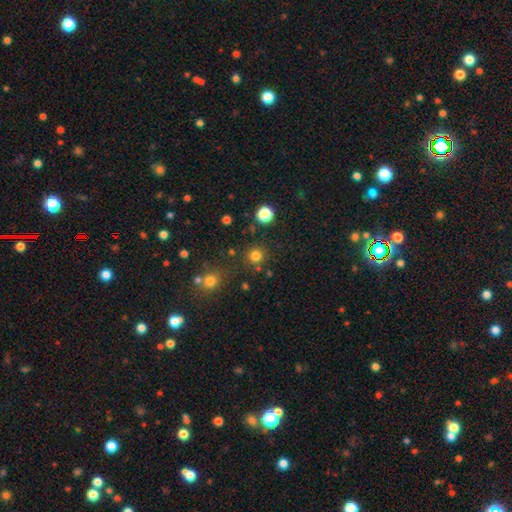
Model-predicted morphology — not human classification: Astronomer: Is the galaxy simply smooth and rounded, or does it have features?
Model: smooth — 79%.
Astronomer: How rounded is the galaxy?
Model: round — 93%.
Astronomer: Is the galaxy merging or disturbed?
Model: none — 84%.